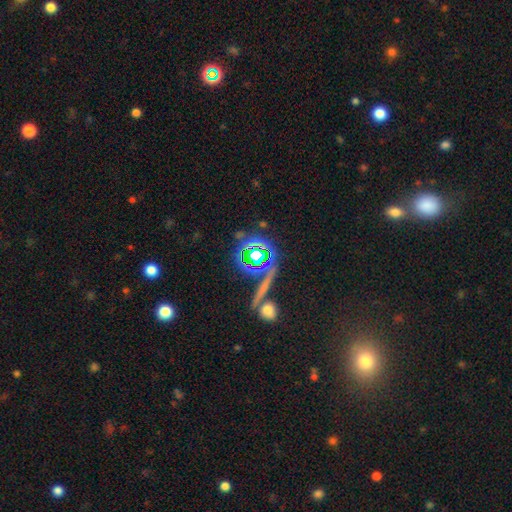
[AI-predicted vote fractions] The model was most divided on "smooth or featured": star or artifact: 52%, smooth: 29%, featured or disk: 19%.